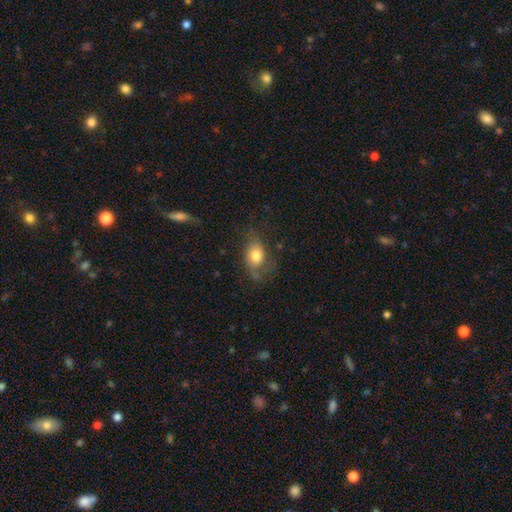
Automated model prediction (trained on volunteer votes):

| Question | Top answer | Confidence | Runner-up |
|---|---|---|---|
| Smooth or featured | smooth | 68% | featured or disk (23%) |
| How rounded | in between | 73% | round (24%) |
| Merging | none | 52% | minor disturbance (28%) |